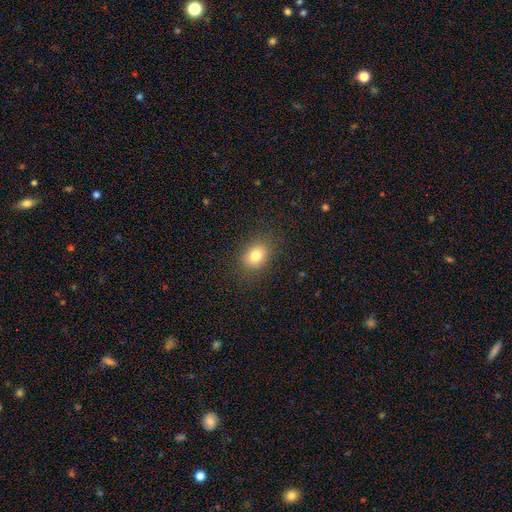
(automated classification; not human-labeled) Smooth or featured? smooth (80%)
How rounded? in between (57%)
Merging? none (86%)